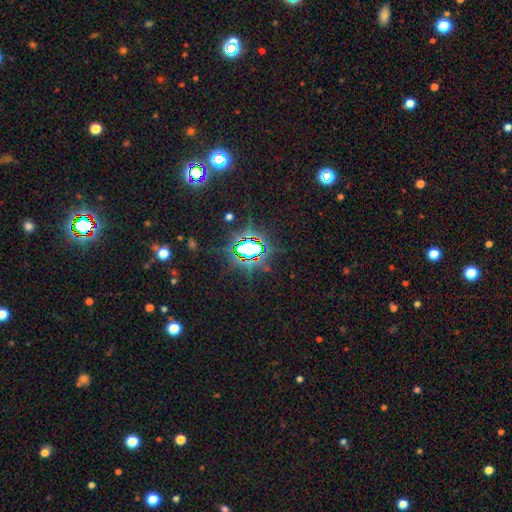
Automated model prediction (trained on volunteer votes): Smooth or featured? star or artifact (81%)